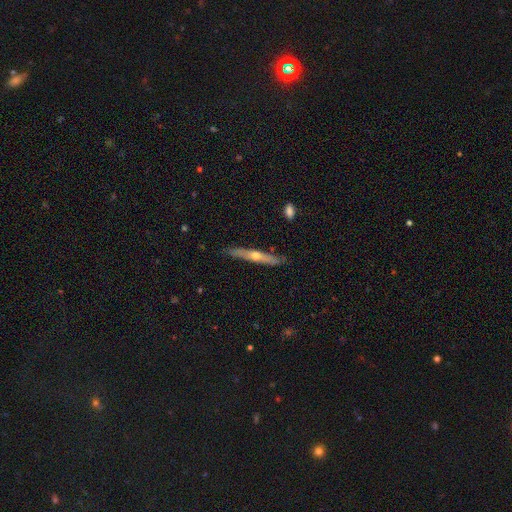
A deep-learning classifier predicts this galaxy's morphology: Q: Smooth or featured?
A: featured or disk (65%); runner-up: smooth (29%)
Q: Edge-on disk?
A: yes (93%); runner-up: no (7%)
Q: Edge-on bulge?
A: rounded (84%); runner-up: none (14%)
Q: Merging?
A: none (86%); runner-up: minor disturbance (11%)